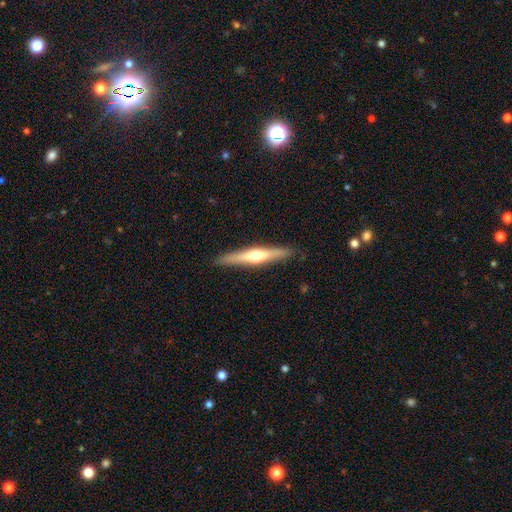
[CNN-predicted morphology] This appears to be a featured or disk galaxy (62%) viewed edge-on (96%) with a rounded central bulge (89%). Merging: none (90%).